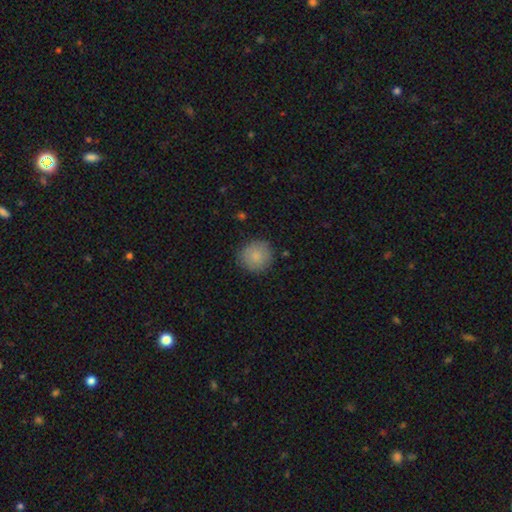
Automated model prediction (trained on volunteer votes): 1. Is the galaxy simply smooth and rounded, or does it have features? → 85% smooth, 8% featured or disk, 7% star or artifact.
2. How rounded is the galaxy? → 92% round, 7% in between, 1% cigar-shaped.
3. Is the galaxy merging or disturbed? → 85% none, 11% minor disturbance, 3% major disturbance, 1% merger.